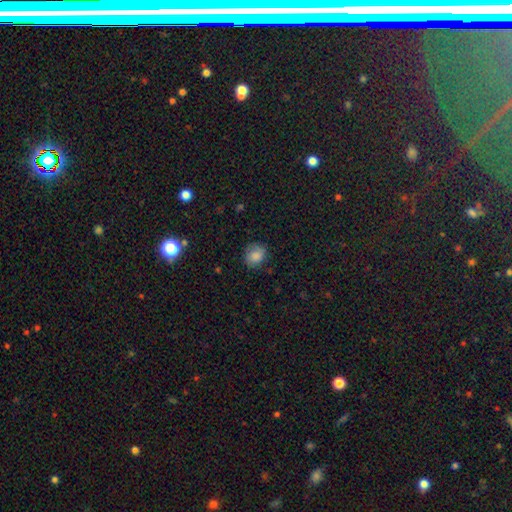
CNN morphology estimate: A smooth galaxy with no disk features (82%) that is round (66%). Merging: none (76%).